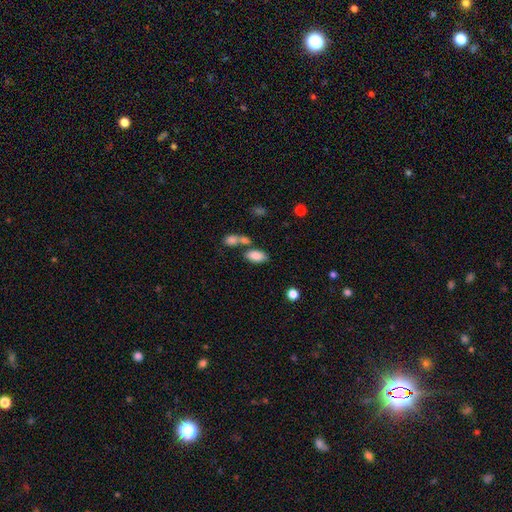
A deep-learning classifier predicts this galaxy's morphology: Overall: smooth (85%). How rounded: in between (92%). Merging: none (55%; merger 28%).